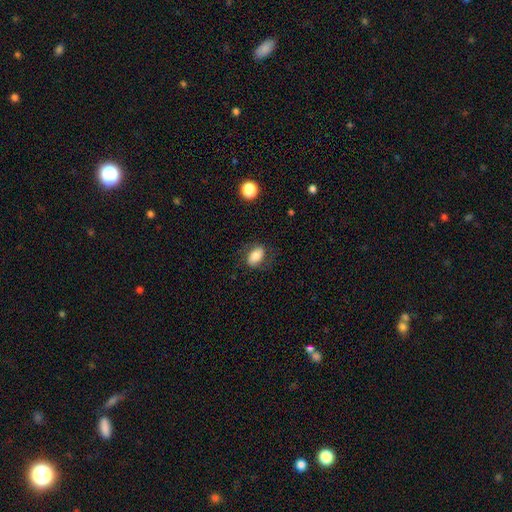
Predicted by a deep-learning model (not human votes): Smooth or featured? smooth (70%)
How rounded? in between (86%)
Merging? none (70%)